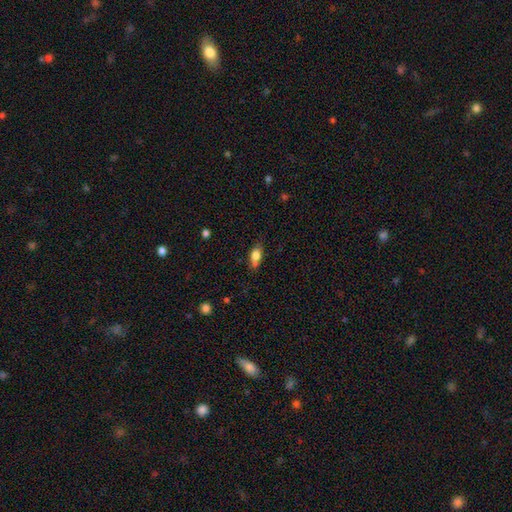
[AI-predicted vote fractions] A smooth galaxy with no disk features (79%) that is in between round and cigar-shaped (81%).

Vote fractions:
- Smooth or featured? smooth: 79% / featured or disk: 12% / star or artifact: 9%
- How rounded? in between: 81% / round: 11% / cigar-shaped: 8%
- Merging? none: 57% / minor disturbance: 24% / merger: 12% / major disturbance: 6%